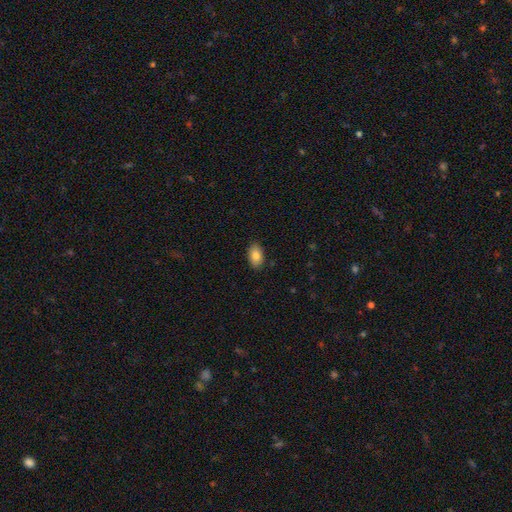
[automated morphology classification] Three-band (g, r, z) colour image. It shows a smooth galaxy with no disk features (84%) that is in between round and cigar-shaped (91%). Merging: none (88%).